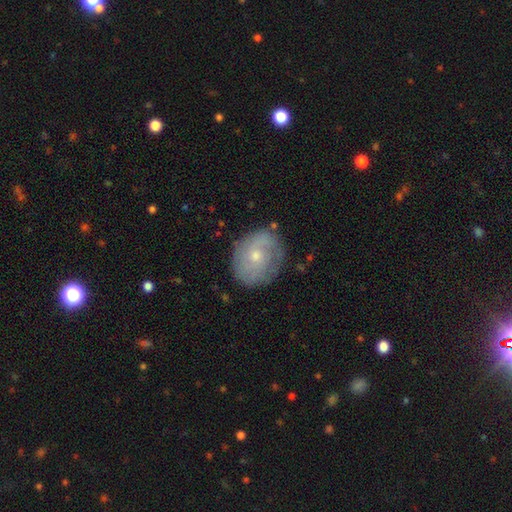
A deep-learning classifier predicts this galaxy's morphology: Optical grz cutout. It shows a featured or disk galaxy (54%) with no bar (79%), spiral arms (69%) and a small central bulge (57%). Merging: none (74%).